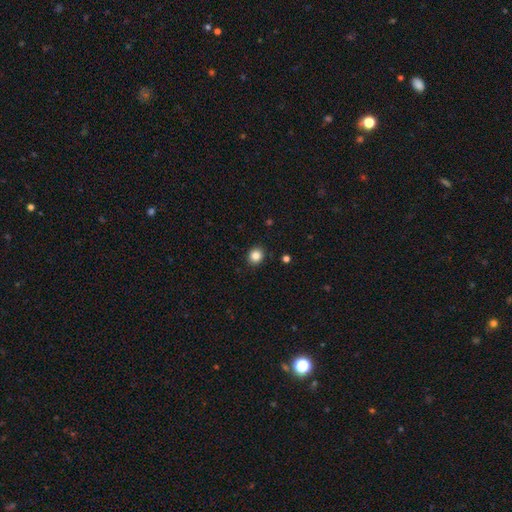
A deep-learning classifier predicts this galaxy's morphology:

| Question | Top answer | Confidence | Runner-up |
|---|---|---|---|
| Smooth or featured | smooth | 85% | star or artifact (11%) |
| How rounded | round | 81% | in between (18%) |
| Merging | none | 91% | minor disturbance (6%) |